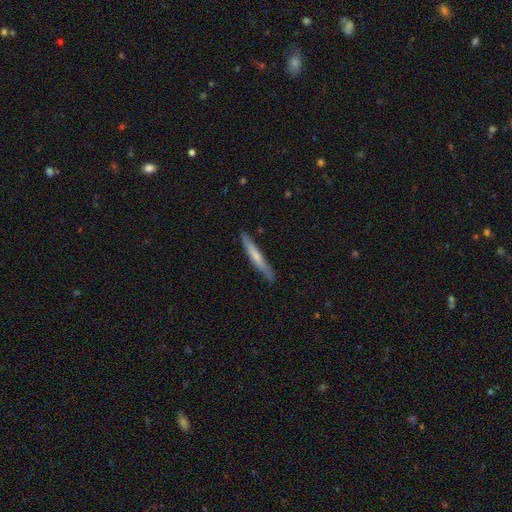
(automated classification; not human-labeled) smooth_or_featured: smooth (p=0.60) [alt: featured or disk p=0.35]
how_rounded: cigar-shaped (p=0.95) [alt: in between p=0.04]
merging: none (p=0.87) [alt: minor disturbance p=0.10]